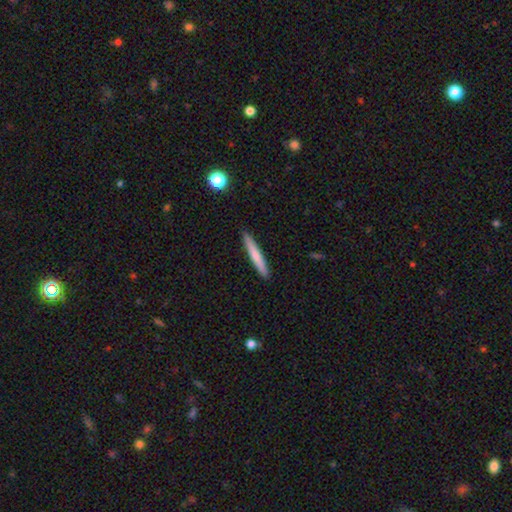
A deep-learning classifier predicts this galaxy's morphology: Smooth or featured?
  - smooth: 69% *
  - featured or disk: 25%
  - star or artifact: 5%
How rounded?
  - cigar-shaped: 95% *
  - in between: 3%
  - round: 1%
Merging?
  - none: 91% *
  - minor disturbance: 6%
  - major disturbance: 1%
  - merger: 1%